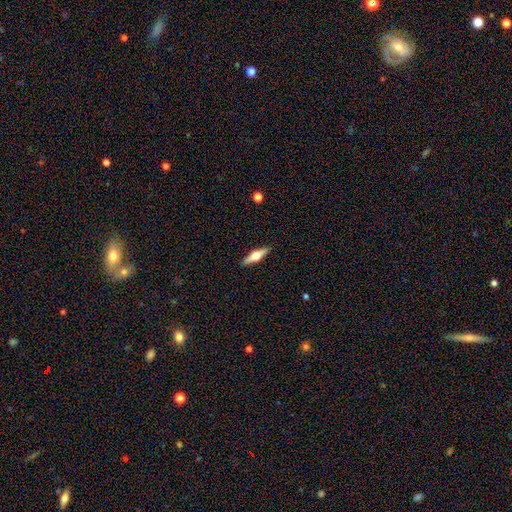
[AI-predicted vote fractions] This appears to be a featured or disk galaxy (60%) viewed edge-on (96%) with a rounded central bulge (95%). Merging: none (90%).